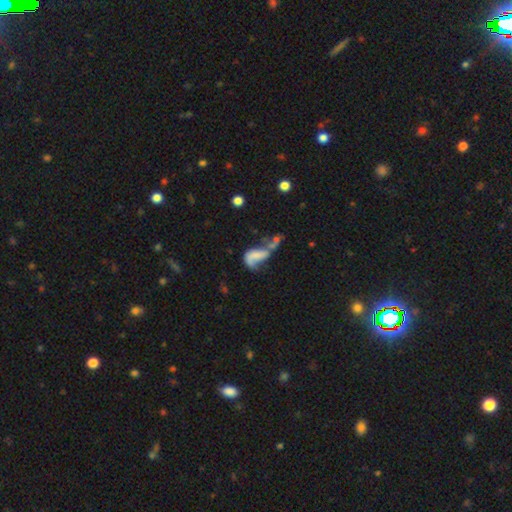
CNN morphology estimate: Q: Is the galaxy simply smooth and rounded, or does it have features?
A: featured or disk — 51%.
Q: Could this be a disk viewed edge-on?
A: no — 96%.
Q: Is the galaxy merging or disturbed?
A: major disturbance — 34%, tied with merger.